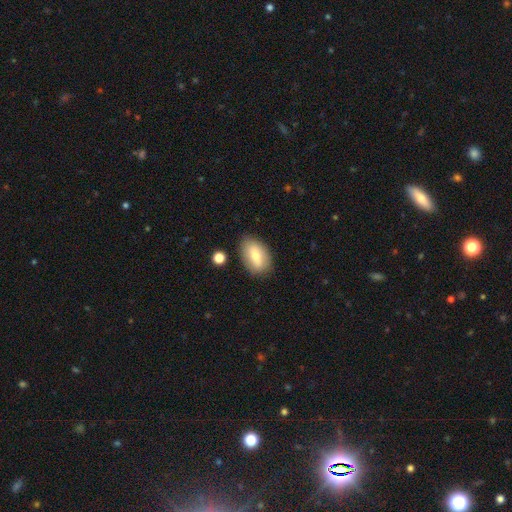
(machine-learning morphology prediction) Overall: smooth (71%). How rounded: in between (91%). Merging: none (81%).